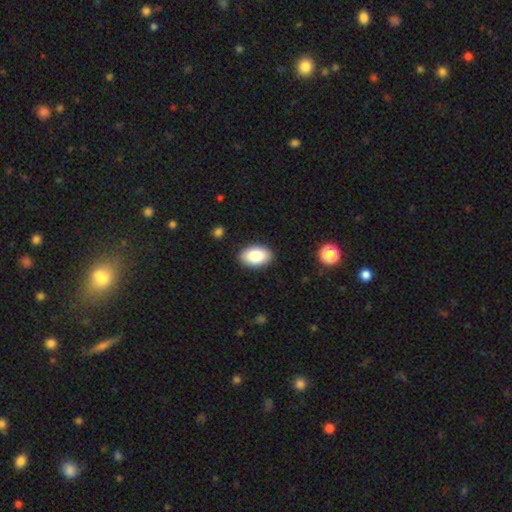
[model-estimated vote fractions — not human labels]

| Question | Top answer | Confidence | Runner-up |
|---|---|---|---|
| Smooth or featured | smooth | 84% | featured or disk (8%) |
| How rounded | in between | 93% | round (6%) |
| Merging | none | 88% | minor disturbance (8%) |